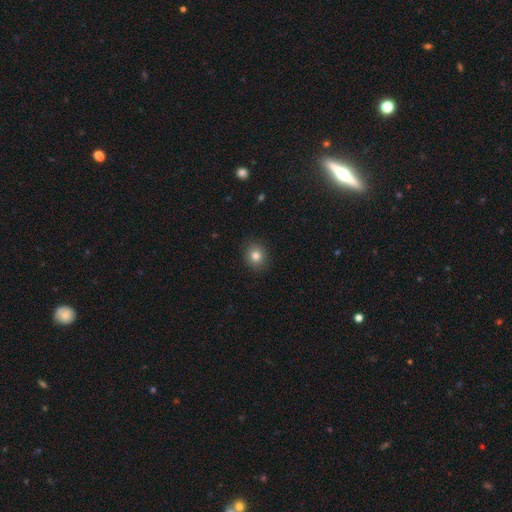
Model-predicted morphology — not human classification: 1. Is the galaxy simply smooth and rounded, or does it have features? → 81% smooth, 11% star or artifact, 8% featured or disk.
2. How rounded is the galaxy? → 78% round, 21% in between, 1% cigar-shaped.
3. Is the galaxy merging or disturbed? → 90% none, 7% minor disturbance, 2% major disturbance, 1% merger.